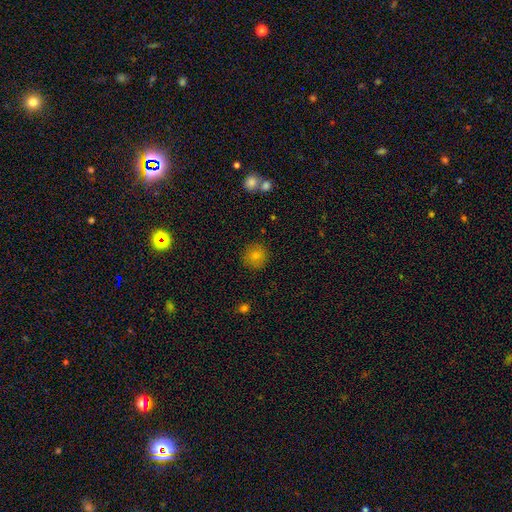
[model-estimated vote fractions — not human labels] smooth-or-featured: smooth: 75% | star or artifact: 16% | featured or disk: 9%
  how-rounded: round: 94% | in between: 5% | cigar-shaped: 1%
  merging: none: 89% | minor disturbance: 7% | merger: 2% | major disturbance: 2%